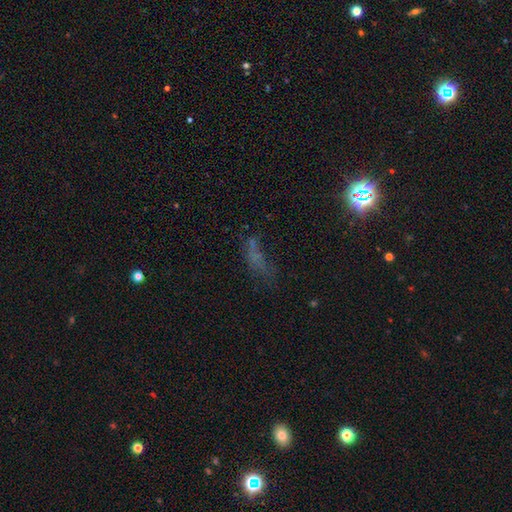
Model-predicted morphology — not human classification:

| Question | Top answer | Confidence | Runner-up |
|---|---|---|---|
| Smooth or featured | smooth | 41% | star or artifact (37%) |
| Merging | none | 45% | major disturbance (28%) |